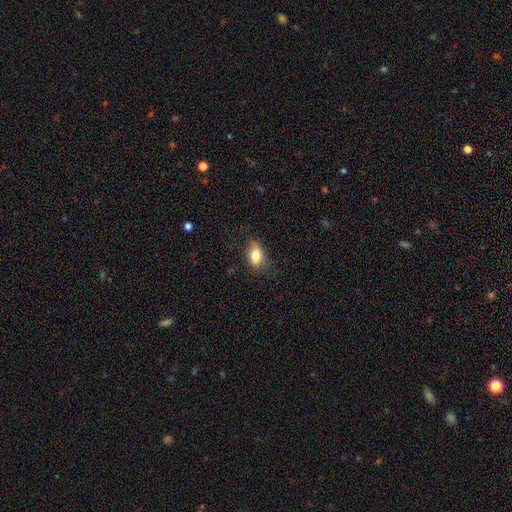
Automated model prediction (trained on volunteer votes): This is clearly a smooth galaxy (82%). How rounded: clearly in between (85%). Merging: likely none (68%).